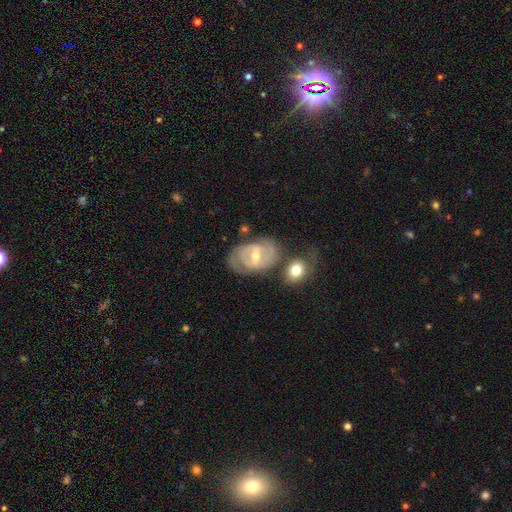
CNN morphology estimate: The model was most divided on "bar": weak: 50%, strong: 26%, no: 24%. More confident: edge-on disk — no (95%); smooth or featured — featured or disk (74%); spiral arms — yes (74%); bulge size — moderate (60%); merging — none (59%); spiral winding — tight (57%); spiral arm count — 2 (56%).